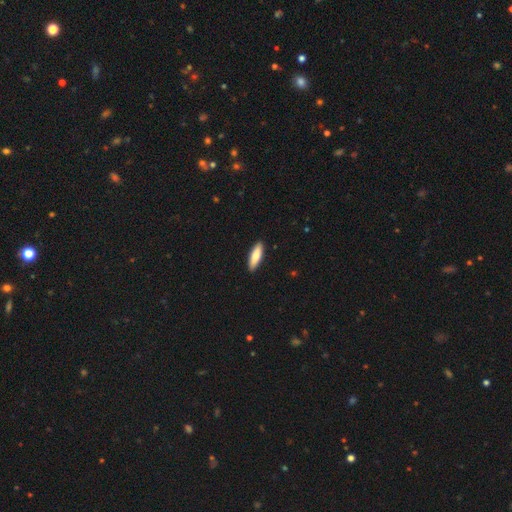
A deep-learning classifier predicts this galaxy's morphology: Smooth or featured: smooth — 80% (featured or disk — 15%)
How rounded: cigar-shaped — 52% (in between — 46%)
Merging: none — 91% (minor disturbance — 7%)